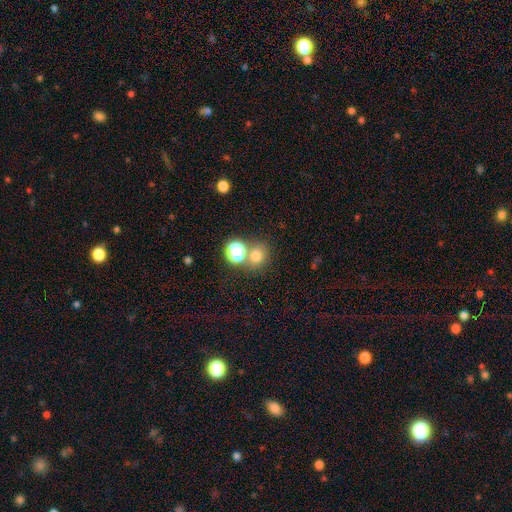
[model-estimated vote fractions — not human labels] Smooth or featured: smooth — 72% (star or artifact — 21%)
How rounded: round — 76% (in between — 23%)
Merging: none — 64% (merger — 23%)